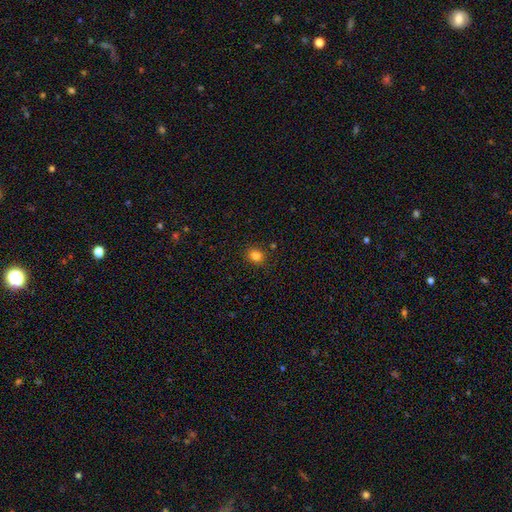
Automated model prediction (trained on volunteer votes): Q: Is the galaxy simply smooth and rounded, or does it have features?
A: smooth — 82%.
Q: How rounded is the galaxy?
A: round — 73%.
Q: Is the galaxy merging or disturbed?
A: none — 87%.